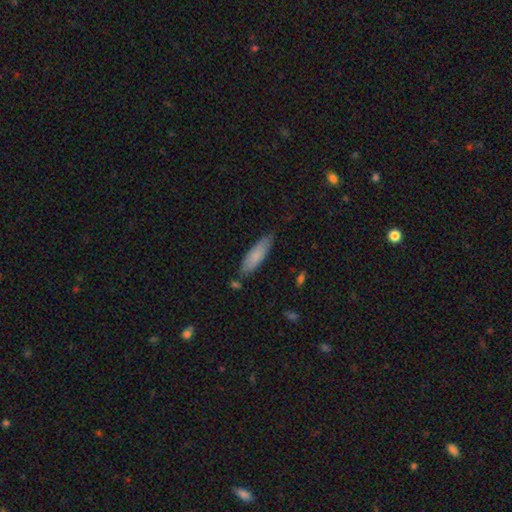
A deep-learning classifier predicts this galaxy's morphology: The model was most divided on "how rounded": cigar-shaped: 60%, in between: 39%, round: 1%. More confident: smooth or featured — smooth (80%); merging — none (75%).